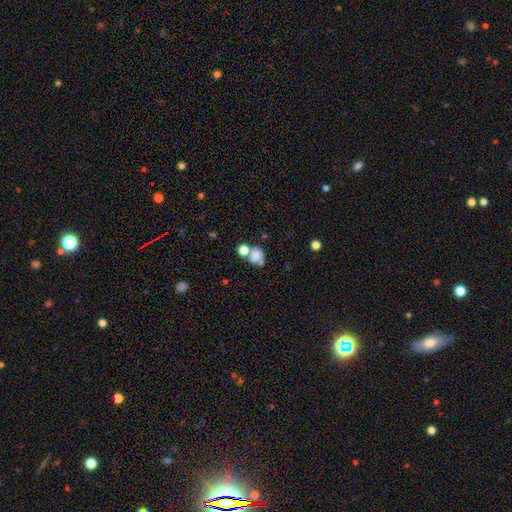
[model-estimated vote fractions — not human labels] Smooth or featured? smooth (75%)
How rounded? round (60%)
Merging? merger (42%)